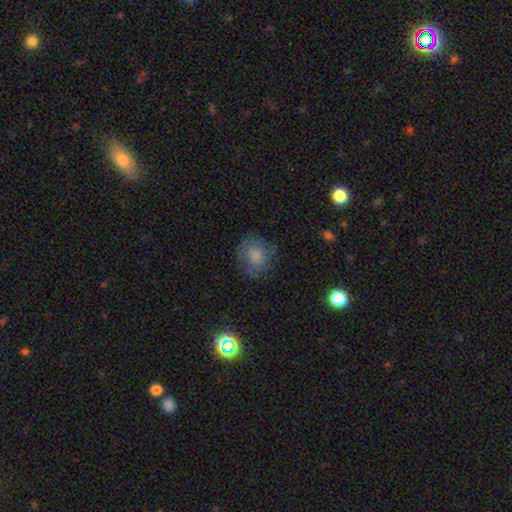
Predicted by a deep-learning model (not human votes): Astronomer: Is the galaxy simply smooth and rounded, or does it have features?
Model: smooth — 70%.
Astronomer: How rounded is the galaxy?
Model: round — 72%.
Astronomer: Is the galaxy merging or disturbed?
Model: none — 67%.